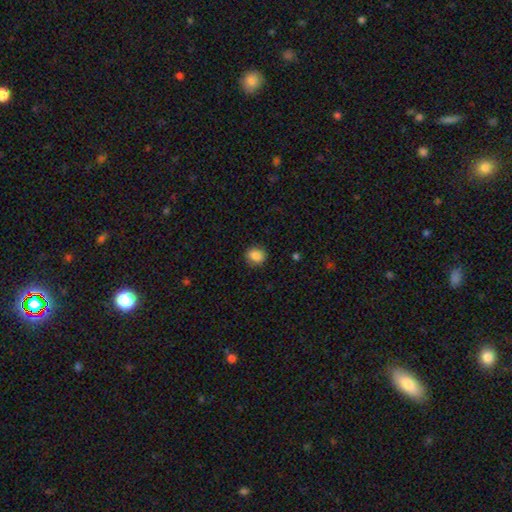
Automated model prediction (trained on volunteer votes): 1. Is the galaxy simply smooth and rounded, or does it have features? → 85% smooth, 9% star or artifact, 6% featured or disk.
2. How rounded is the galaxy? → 67% round, 32% in between, 1% cigar-shaped.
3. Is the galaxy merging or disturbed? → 85% none, 11% minor disturbance, 3% major disturbance, 1% merger.